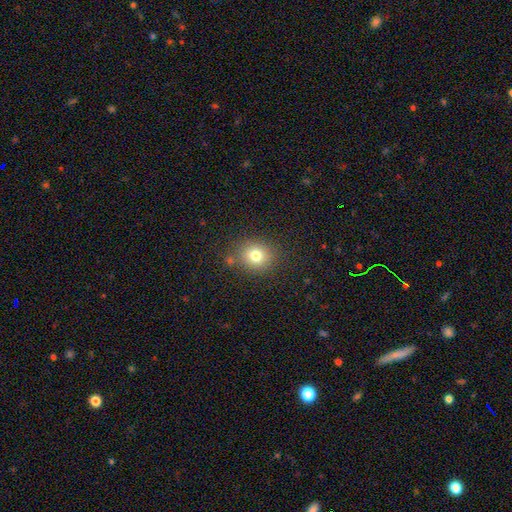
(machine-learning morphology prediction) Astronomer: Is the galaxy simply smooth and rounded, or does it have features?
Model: smooth — 77%.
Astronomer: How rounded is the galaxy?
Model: round — 78%.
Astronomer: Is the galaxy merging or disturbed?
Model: none — 80%.